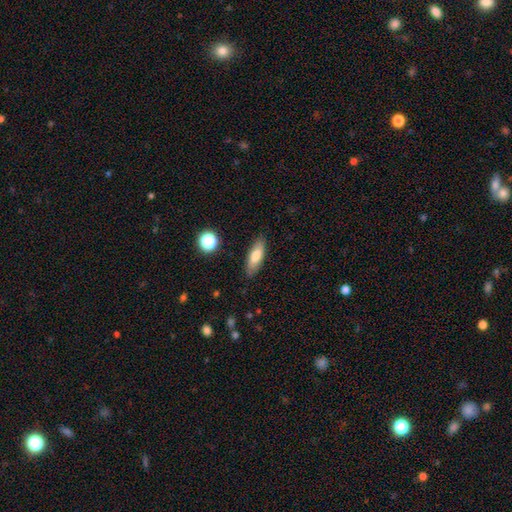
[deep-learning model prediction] smooth-or-featured: smooth: 74% | featured or disk: 19% | star or artifact: 7%
  how-rounded: in between: 58% | cigar-shaped: 39% | round: 3%
  merging: none: 86% | minor disturbance: 10% | major disturbance: 2% | merger: 1%